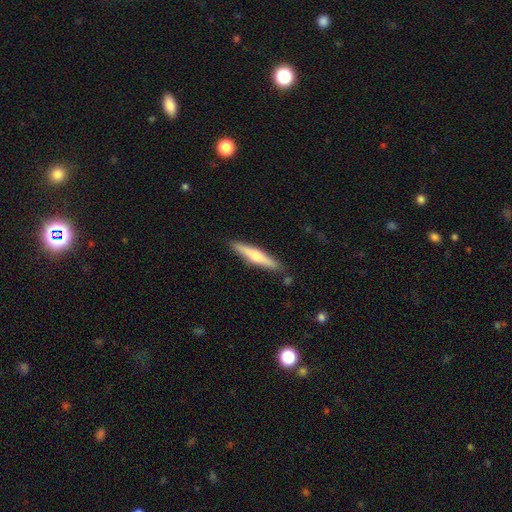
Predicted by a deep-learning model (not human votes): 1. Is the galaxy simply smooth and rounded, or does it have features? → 51% featured or disk, 44% smooth, 5% star or artifact.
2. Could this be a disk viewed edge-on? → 96% yes, 4% no.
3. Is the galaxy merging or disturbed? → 87% none, 9% minor disturbance, 2% merger, 2% major disturbance.